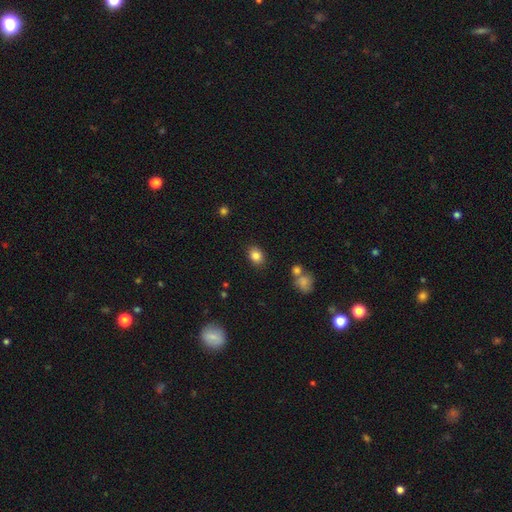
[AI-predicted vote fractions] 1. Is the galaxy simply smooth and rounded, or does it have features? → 84% smooth, 10% star or artifact, 6% featured or disk.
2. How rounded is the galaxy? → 63% in between, 36% round, 1% cigar-shaped.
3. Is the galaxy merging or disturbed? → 84% none, 10% minor disturbance, 3% merger, 3% major disturbance.